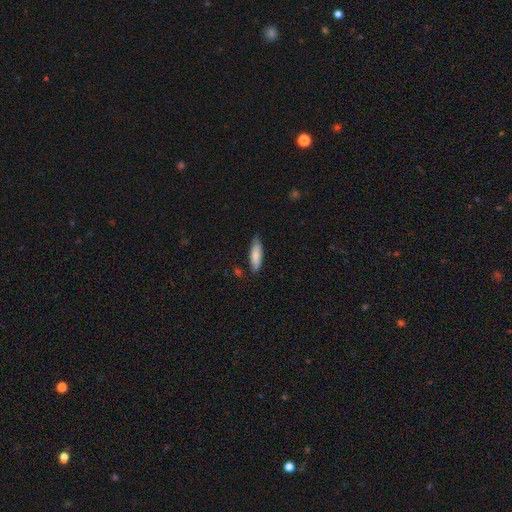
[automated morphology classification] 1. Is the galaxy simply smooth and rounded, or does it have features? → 81% smooth, 13% featured or disk, 6% star or artifact.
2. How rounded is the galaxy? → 50% in between, 49% cigar-shaped, 2% round.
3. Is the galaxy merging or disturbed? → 75% none, 20% minor disturbance, 3% major disturbance, 2% merger.